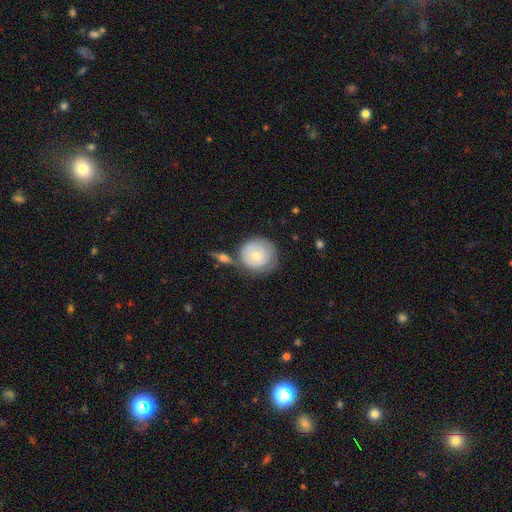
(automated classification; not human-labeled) Smooth or featured?
  - smooth: 64% *
  - featured or disk: 30%
  - star or artifact: 6%
How rounded?
  - round: 92% *
  - in between: 7%
  - cigar-shaped: 1%
Merging?
  - none: 61% *
  - minor disturbance: 19%
  - merger: 13%
  - major disturbance: 7%